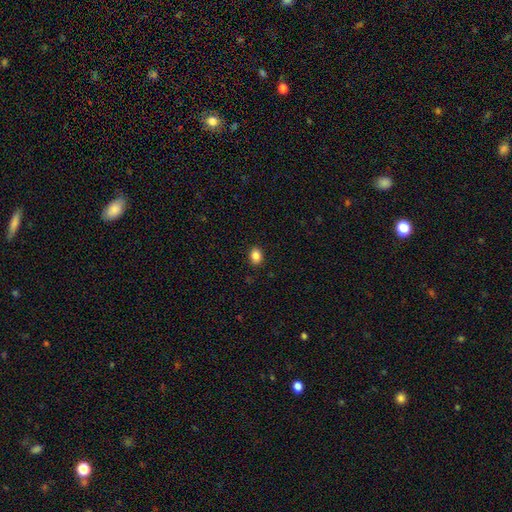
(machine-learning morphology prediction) Overall: smooth (87%). How rounded: in between (68%; round 31%). Merging: none (89%).